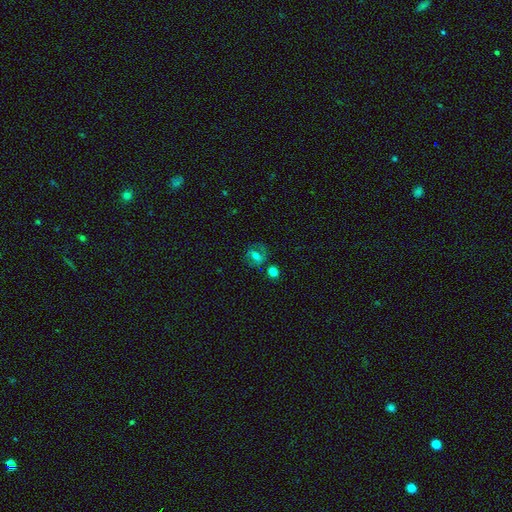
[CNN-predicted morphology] Q: Smooth or featured?
A: smooth (44%); runner-up: featured or disk (43%)
Q: Merging?
A: none (68%); runner-up: minor disturbance (17%)